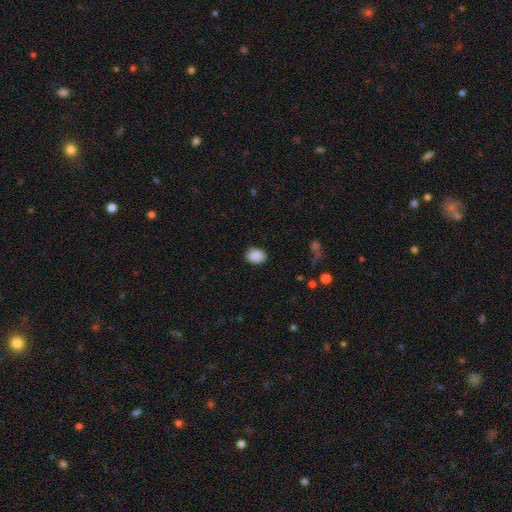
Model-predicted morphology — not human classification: Smooth or featured? smooth (89%)
How rounded? in between (65%)
Merging? none (86%)